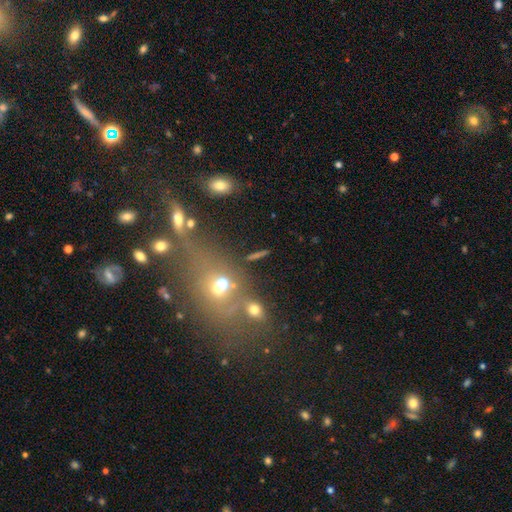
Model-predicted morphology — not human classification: smooth 46%, star or artifact 30%, featured or disk 25%. Down the decision tree: merging — none (53%).